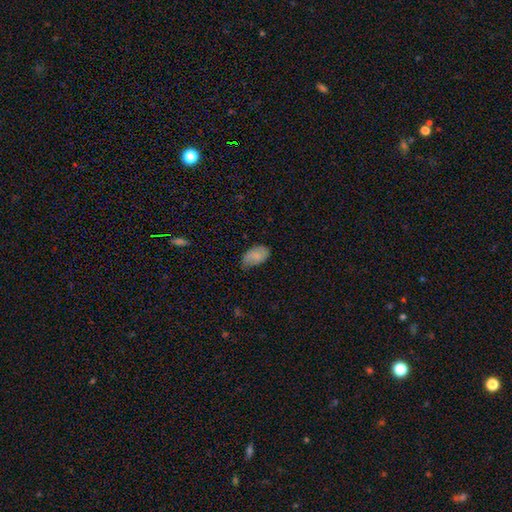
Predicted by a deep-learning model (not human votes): Morphology: type=smooth (78%); roundness=in between (93%); merging=none (56%).